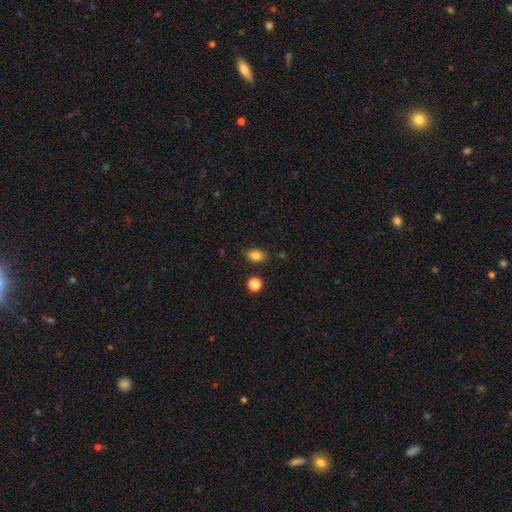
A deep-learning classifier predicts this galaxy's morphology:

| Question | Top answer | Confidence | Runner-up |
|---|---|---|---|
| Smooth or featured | smooth | 84% | star or artifact (11%) |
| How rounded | in between | 78% | round (20%) |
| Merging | none | 84% | minor disturbance (11%) |